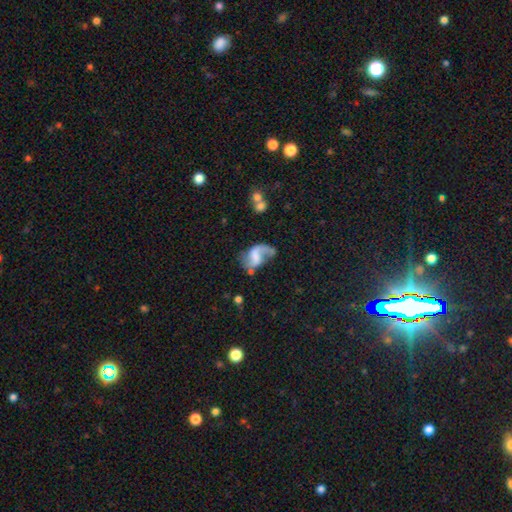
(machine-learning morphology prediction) This appears to be a featured or disk galaxy (70%) with a weak bar (45%), 2 (73%) loose (66%) spiral arms (86%) and no central bulge (48%). Merging: none (40%).